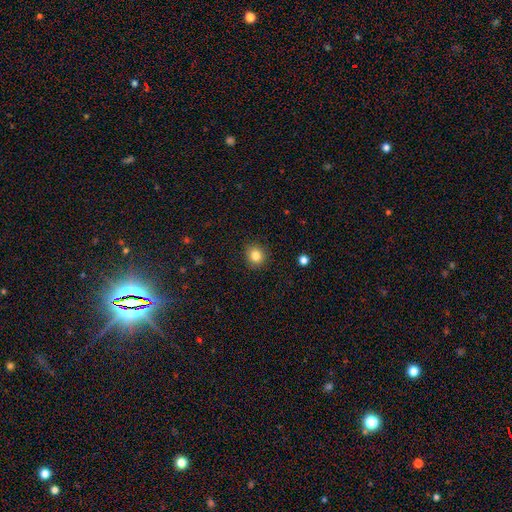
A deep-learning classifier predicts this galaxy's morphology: This appears to be a smooth galaxy with no disk features (83%) that is round (84%). Merging: none (89%).